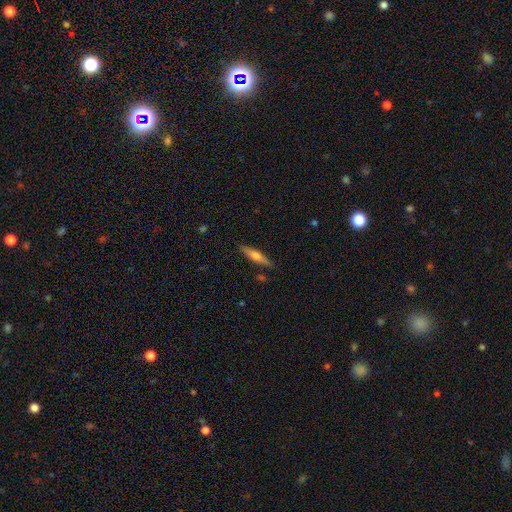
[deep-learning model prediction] This is possibly a featured or disk galaxy (49%). Merging: clearly none (87%).